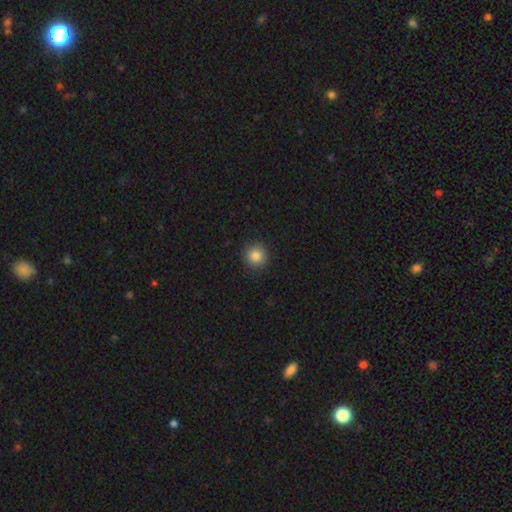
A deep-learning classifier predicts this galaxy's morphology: The model was most divided on "smooth or featured": smooth: 84%, star or artifact: 11%, featured or disk: 5%. More confident: how rounded — round (94%); merging — none (91%).